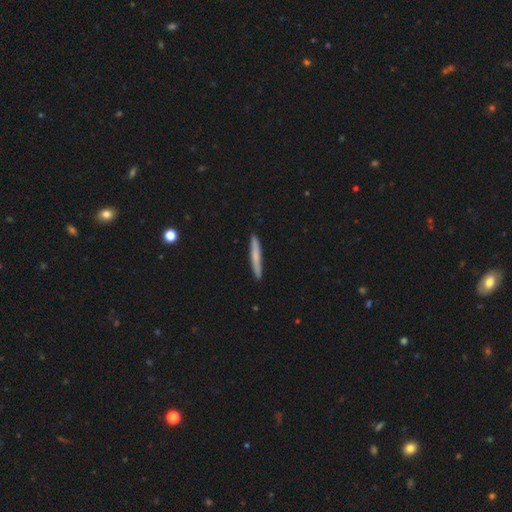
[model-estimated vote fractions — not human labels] A smooth galaxy with no disk features (65%) that is cigar-shaped (96%).

Vote fractions:
- Smooth or featured? smooth: 65% / featured or disk: 29% / star or artifact: 6%
- How rounded? cigar-shaped: 96% / in between: 3% / round: 1%
- Merging? none: 90% / minor disturbance: 7% / major disturbance: 1% / merger: 1%